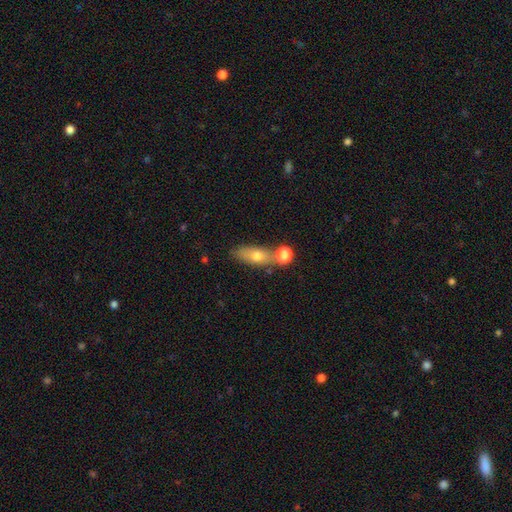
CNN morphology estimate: smooth 68%, featured or disk 23%, star or artifact 9%. Down the decision tree: how rounded — in between (63%); merging — none (57%).